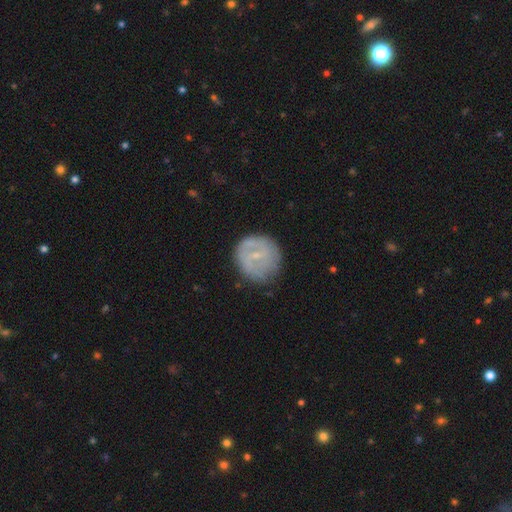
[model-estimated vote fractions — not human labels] The model was most divided on "smooth or featured": featured or disk: 52%, smooth: 41%, star or artifact: 8%. More confident: edge-on disk — no (97%); merging — none (73%).